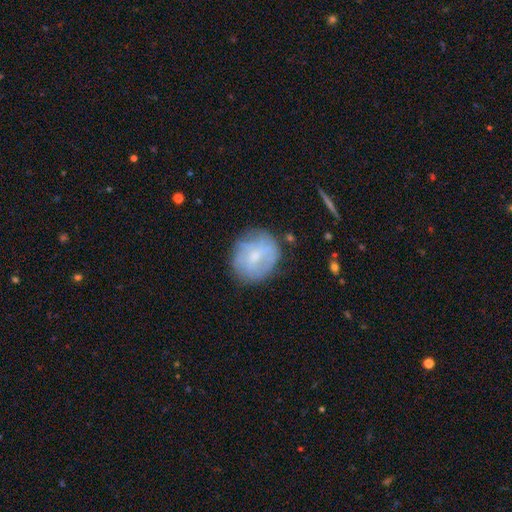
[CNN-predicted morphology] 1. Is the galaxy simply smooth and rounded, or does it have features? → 52% smooth, 39% featured or disk, 9% star or artifact.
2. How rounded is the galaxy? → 73% round, 26% in between, 1% cigar-shaped.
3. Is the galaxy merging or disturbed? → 71% none, 19% minor disturbance, 7% major disturbance, 2% merger.